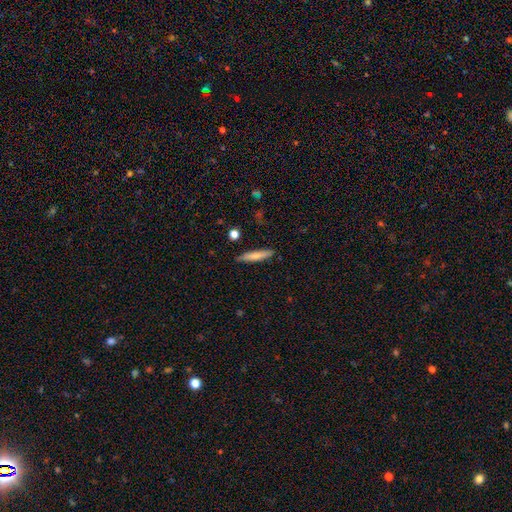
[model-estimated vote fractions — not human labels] smooth 73%, featured or disk 20%, star or artifact 6%. Down the decision tree: how rounded — cigar-shaped (88%); merging — none (87%).